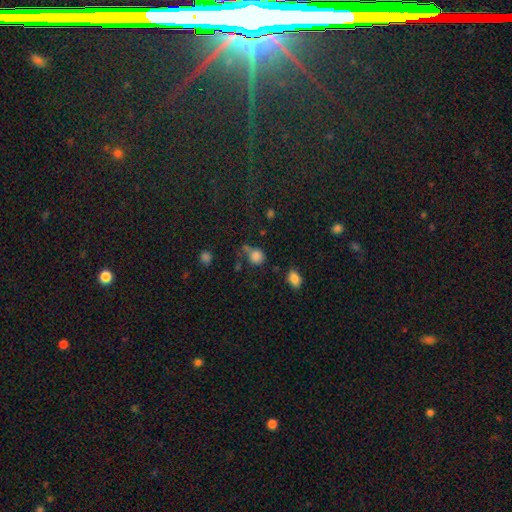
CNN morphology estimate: A smooth galaxy with no disk features (81%) that is round (81%).

Vote fractions:
- Smooth or featured? smooth: 81% / star or artifact: 13% / featured or disk: 6%
- How rounded? round: 81% / in between: 18% / cigar-shaped: 1%
- Merging? none: 55% / minor disturbance: 20% / merger: 16% / major disturbance: 9%